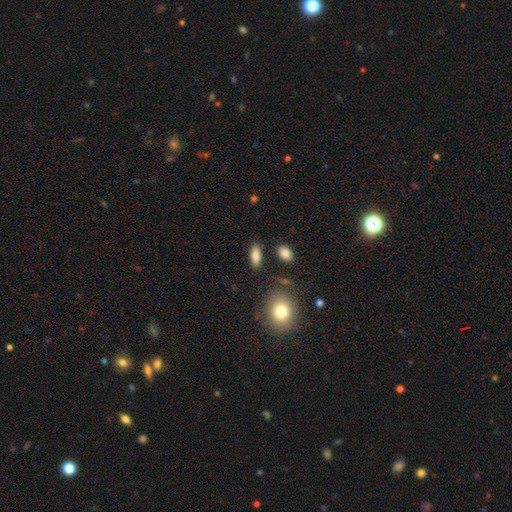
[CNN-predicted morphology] type=smooth (83%); roundness=in between (77%); merging=none (84%).